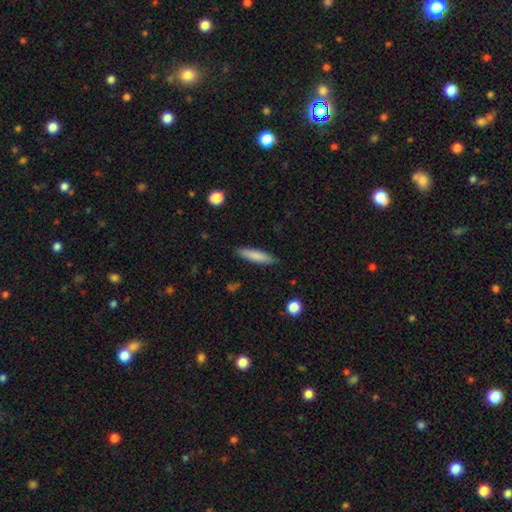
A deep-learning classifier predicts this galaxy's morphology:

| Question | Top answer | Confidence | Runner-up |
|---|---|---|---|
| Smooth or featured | smooth | 81% | featured or disk (13%) |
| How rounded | cigar-shaped | 76% | in between (22%) |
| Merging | none | 87% | minor disturbance (10%) |